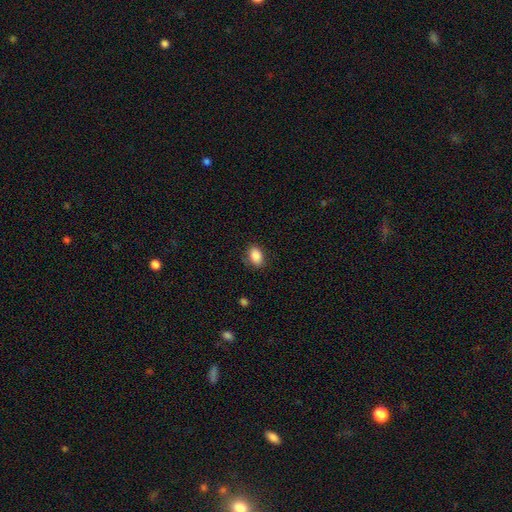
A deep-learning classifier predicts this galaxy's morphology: A smooth galaxy with no disk features (88%) that is in between round and cigar-shaped (85%). Merging: none (82%).